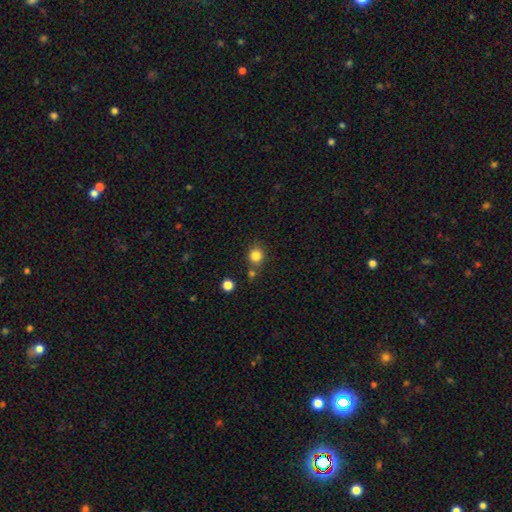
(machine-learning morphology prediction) A smooth galaxy with no disk features (83%) that is round (85%). Merging: none (71%).